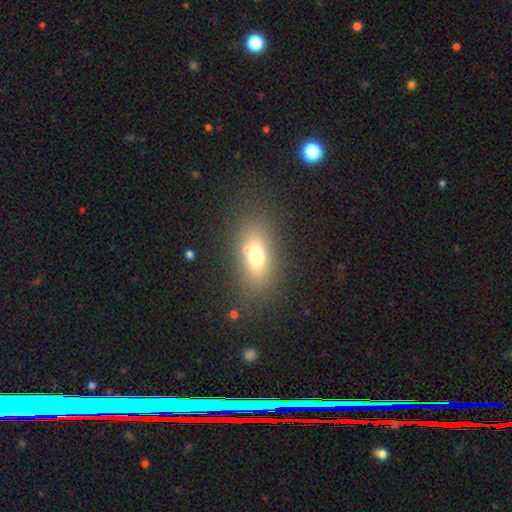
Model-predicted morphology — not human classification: A smooth galaxy with no disk features (67%) that is in between round and cigar-shaped (77%). Merging: none (73%).